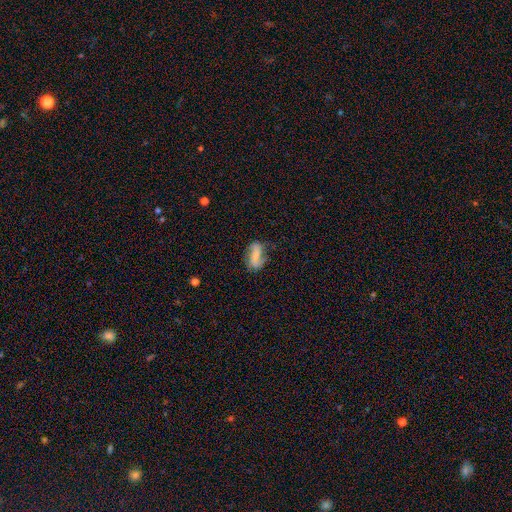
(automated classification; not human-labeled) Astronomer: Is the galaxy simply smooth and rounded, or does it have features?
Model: featured or disk — 51% (runner-up: smooth, 40%).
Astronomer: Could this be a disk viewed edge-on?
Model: no — 95%.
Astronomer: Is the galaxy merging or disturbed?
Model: none — 59%.